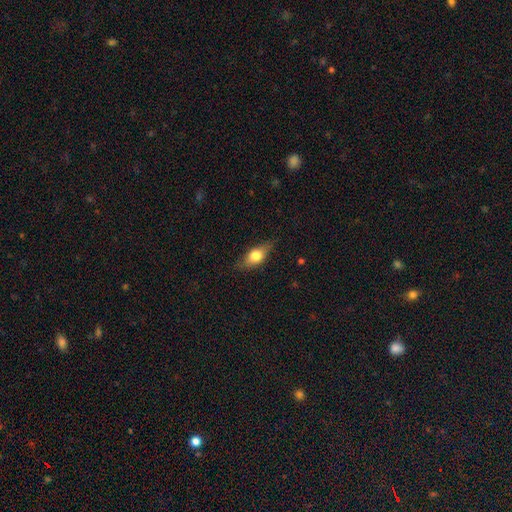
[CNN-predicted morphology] smooth_or_featured: smooth (p=0.65) [alt: featured or disk p=0.28]
how_rounded: in between (p=0.73) [alt: cigar-shaped p=0.16]
merging: none (p=0.77) [alt: minor disturbance p=0.18]